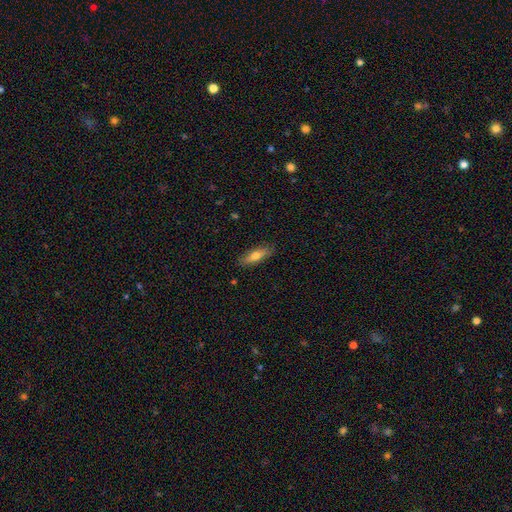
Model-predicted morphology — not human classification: type=smooth (70%); roundness=in between (51%); merging=none (87%).